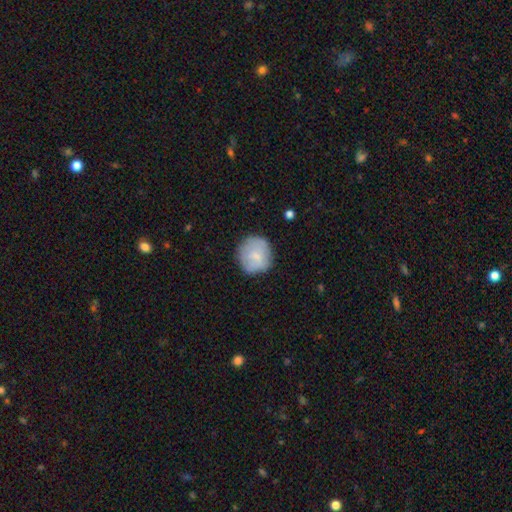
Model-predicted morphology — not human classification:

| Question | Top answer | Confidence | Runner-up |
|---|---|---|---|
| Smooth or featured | smooth | 73% | featured or disk (20%) |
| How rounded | round | 90% | in between (9%) |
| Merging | none | 77% | minor disturbance (17%) |